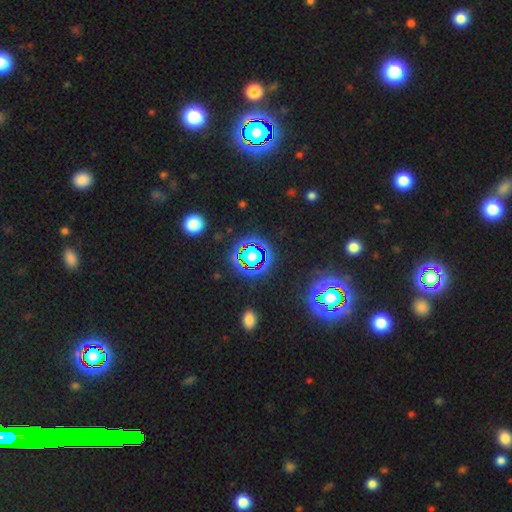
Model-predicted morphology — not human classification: A star or artifact, not a galaxy (77%).

Vote fractions:
- Smooth or featured? star or artifact: 77% / smooth: 14% / featured or disk: 9%